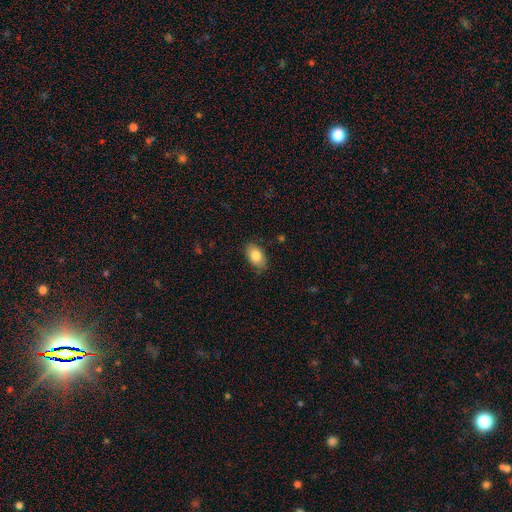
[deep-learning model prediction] A smooth galaxy with no disk features (83%) that is in between round and cigar-shaped (91%). Merging: none (83%).